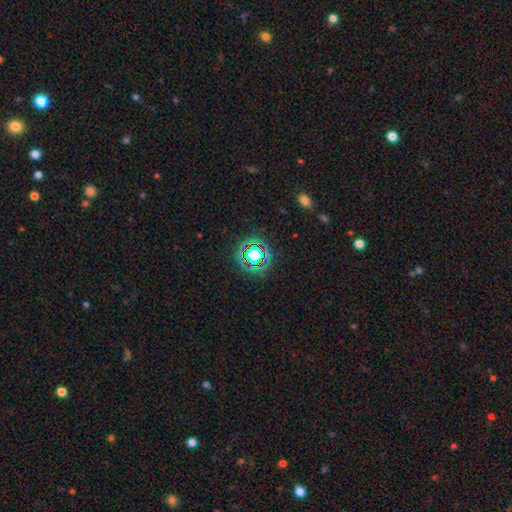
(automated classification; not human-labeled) star or artifact 65%, smooth 23%, featured or disk 12%.